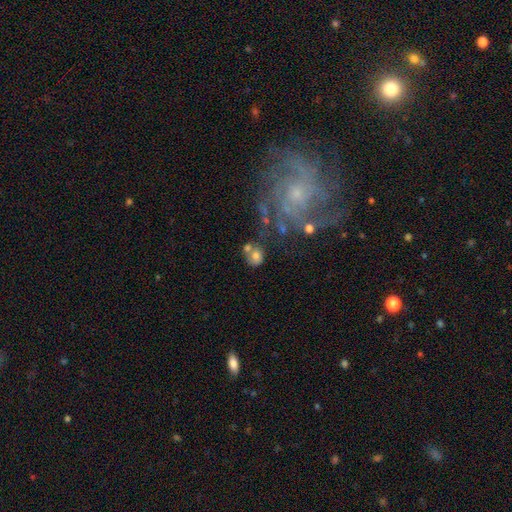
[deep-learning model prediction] smooth 66%, featured or disk 22%, star or artifact 12%. Down the decision tree: how rounded — round (66%); merging — none (46%).